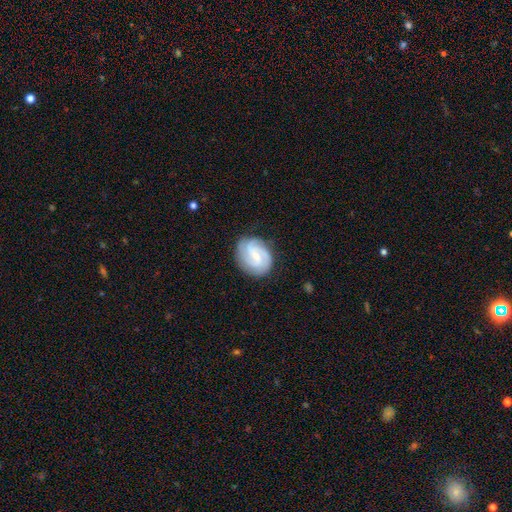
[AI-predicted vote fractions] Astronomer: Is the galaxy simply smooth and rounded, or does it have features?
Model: featured or disk — 81%.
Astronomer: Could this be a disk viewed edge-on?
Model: no — 98%.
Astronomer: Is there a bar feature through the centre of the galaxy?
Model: weak — 55%.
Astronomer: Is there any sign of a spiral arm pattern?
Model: yes — 97%.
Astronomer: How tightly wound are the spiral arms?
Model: tight — 49% (runner-up: medium, 41%).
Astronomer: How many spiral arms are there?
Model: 3 — 41% (runner-up: 2, 29%).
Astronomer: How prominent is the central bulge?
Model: small — 66%.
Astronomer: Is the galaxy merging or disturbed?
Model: none — 80%.